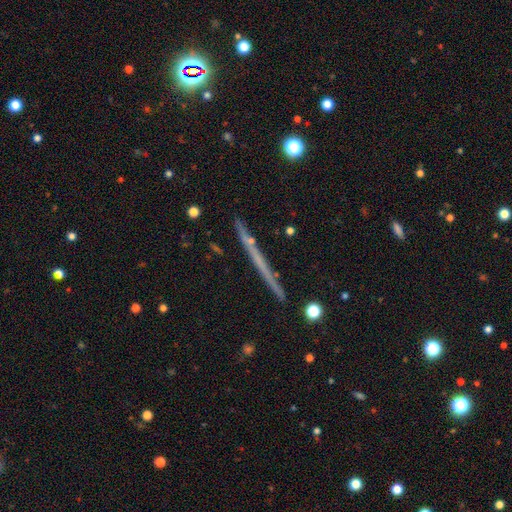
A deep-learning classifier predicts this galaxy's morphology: A featured or disk galaxy (52%) viewed edge-on (93%). Merging: none (86%).